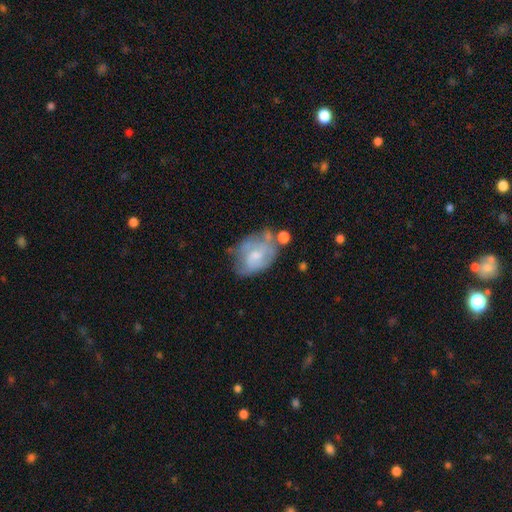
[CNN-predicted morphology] The model was most divided on "merging": none: 42%, minor disturbance: 29%, major disturbance: 16%, merger: 13%. More confident: edge-on disk — no (97%); bar — no (65%); spiral arms — yes (65%); smooth or featured — featured or disk (57%); bulge size — small (54%).